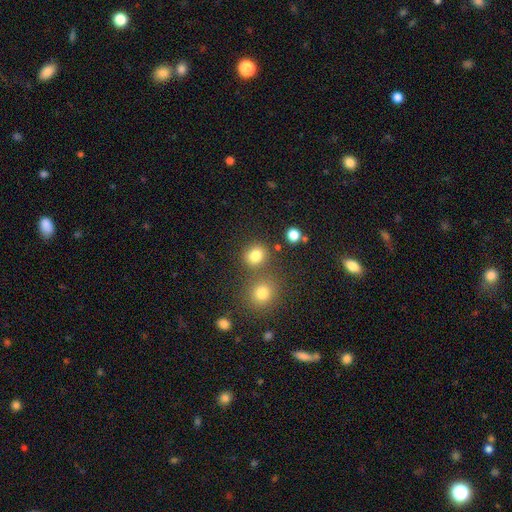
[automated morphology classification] smooth-or-featured: smooth: 81% | star or artifact: 14% | featured or disk: 5%
  how-rounded: round: 80% | in between: 19% | cigar-shaped: 1%
  merging: none: 73% | merger: 14% | minor disturbance: 9% | major disturbance: 3%